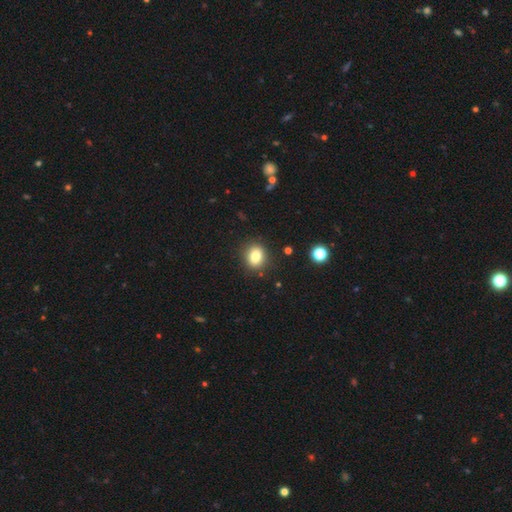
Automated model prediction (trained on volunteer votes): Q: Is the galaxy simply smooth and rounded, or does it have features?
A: smooth — 82%.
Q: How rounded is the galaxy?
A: round — 49%, tied with in between.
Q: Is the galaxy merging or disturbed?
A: none — 87%.